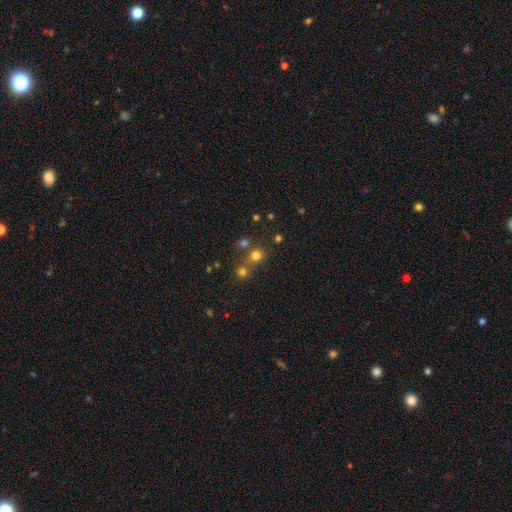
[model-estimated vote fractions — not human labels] Smooth or featured: smooth — 70% (star or artifact — 22%)
How rounded: round — 85% (in between — 14%)
Merging: none — 59% (merger — 30%)